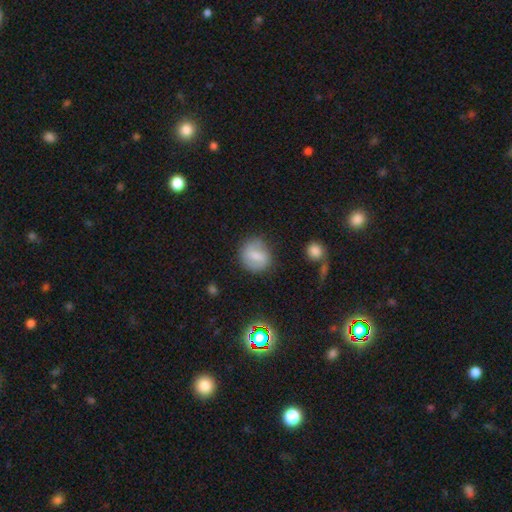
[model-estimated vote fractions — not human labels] This is likely a smooth galaxy (62%). How rounded: likely round (76%). Merging: likely none (71%).